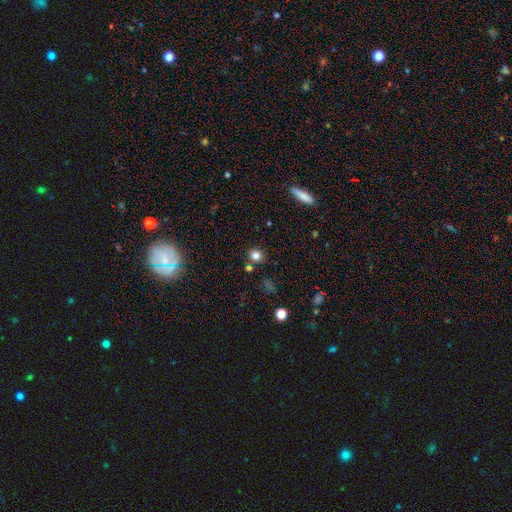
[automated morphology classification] Q: Smooth or featured?
A: smooth (80%); runner-up: star or artifact (14%)
Q: How rounded?
A: round (82%); runner-up: in between (17%)
Q: Merging?
A: none (82%); runner-up: minor disturbance (9%)